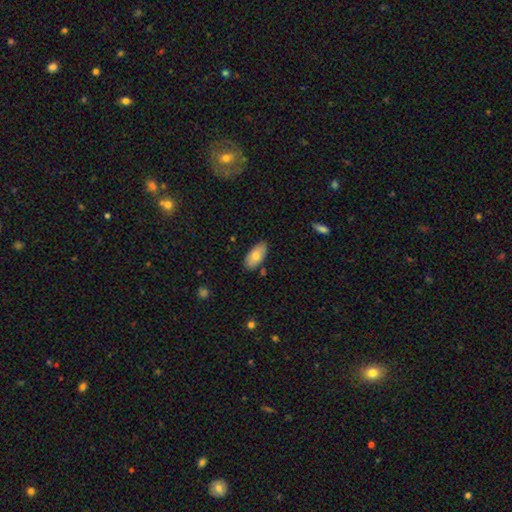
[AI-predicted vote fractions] Smooth or featured? smooth (74%)
How rounded? in between (91%)
Merging? none (81%)